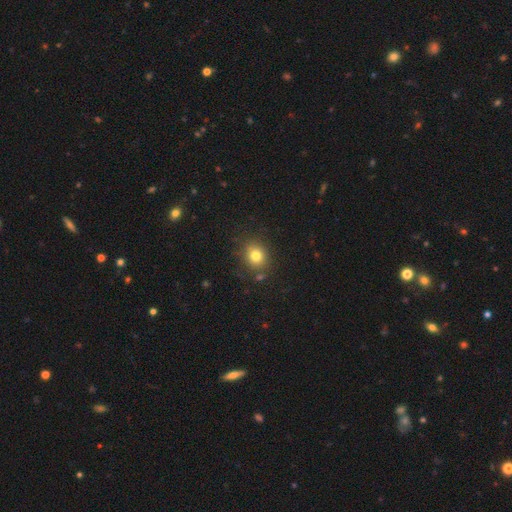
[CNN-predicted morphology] Smooth or featured? smooth (78%)
How rounded? round (72%)
Merging? none (80%)